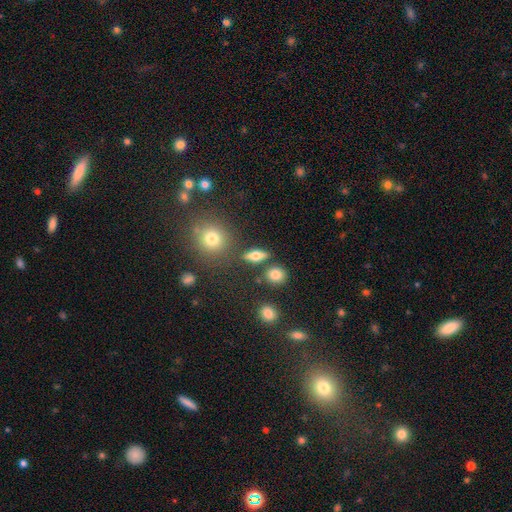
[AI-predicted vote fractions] smooth-or-featured: smooth: 55% | featured or disk: 33% | star or artifact: 12%
  how-rounded: in between: 54% | cigar-shaped: 24% | round: 21%
  merging: none: 80% | minor disturbance: 9% | merger: 6% | major disturbance: 4%